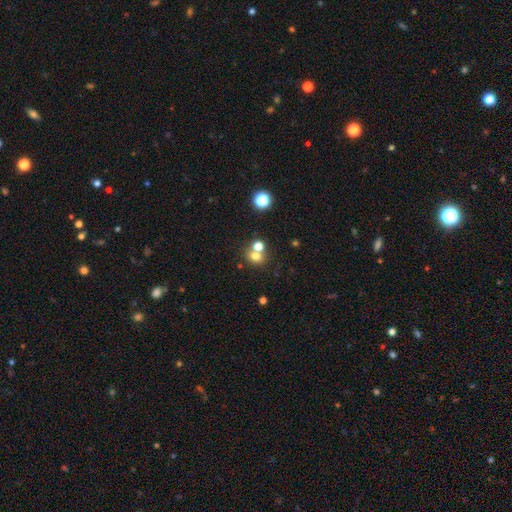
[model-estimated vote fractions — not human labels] Smooth or featured? smooth (72%)
How rounded? round (75%)
Merging? none (49%)